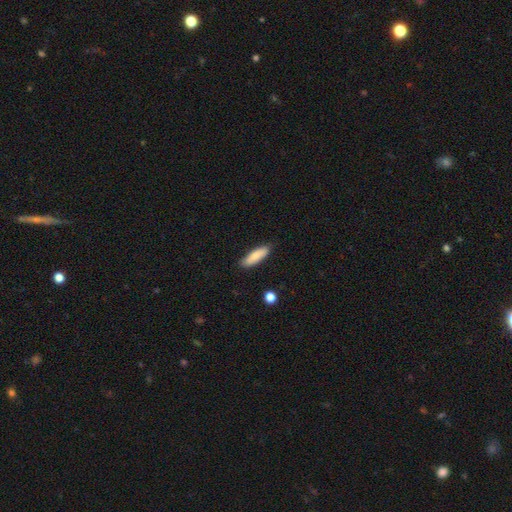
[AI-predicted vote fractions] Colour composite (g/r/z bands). It shows a smooth galaxy with no disk features (83%) that is cigar-shaped (52%). Merging: none (85%).